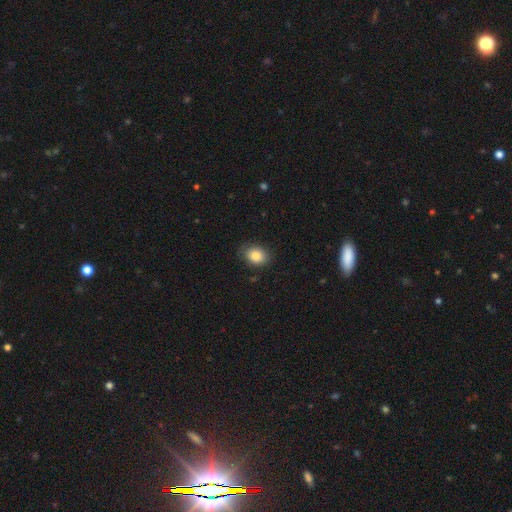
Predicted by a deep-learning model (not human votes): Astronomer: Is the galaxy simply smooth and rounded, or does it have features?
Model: smooth — 86%.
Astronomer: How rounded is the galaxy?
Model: in between — 67%.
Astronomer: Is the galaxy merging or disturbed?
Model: none — 82%.